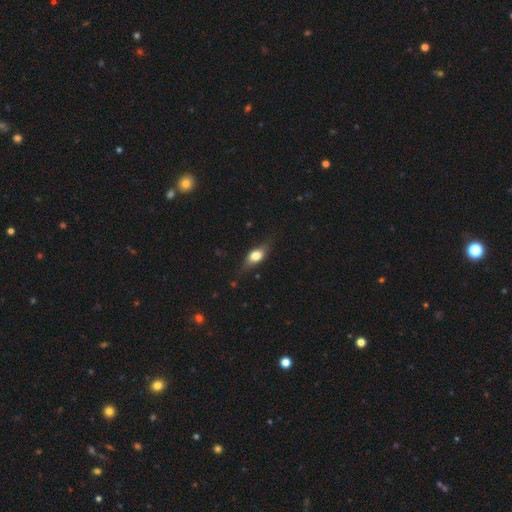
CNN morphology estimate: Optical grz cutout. It shows a smooth galaxy with no disk features (65%) that is in between round and cigar-shaped (74%). Merging: none (70%).